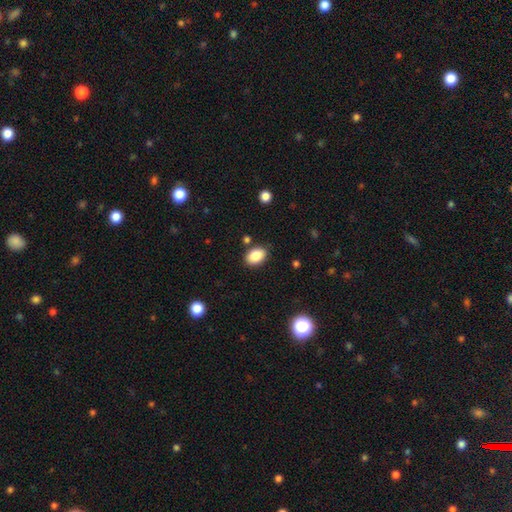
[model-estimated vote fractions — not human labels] Morphology: type=smooth (86%); roundness=in between (82%); merging=none (84%).